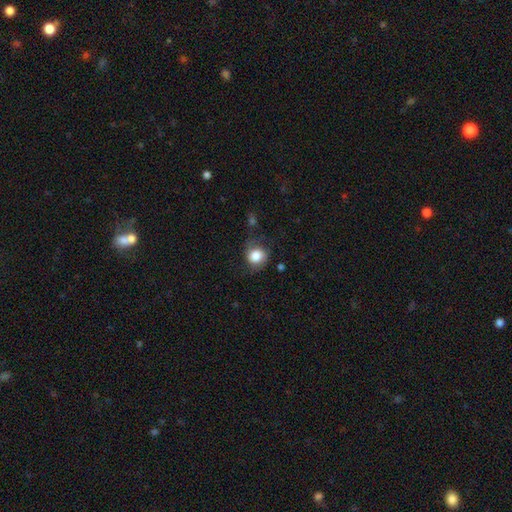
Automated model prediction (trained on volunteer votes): smooth 77%, featured or disk 14%, star or artifact 8%. Down the decision tree: how rounded — round (75%); merging — none (58%).